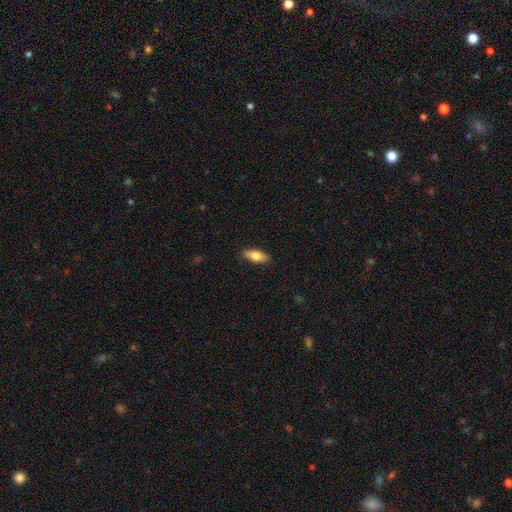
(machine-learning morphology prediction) This appears to be a smooth galaxy with no disk features (71%) that is in between round and cigar-shaped (75%). Merging: none (88%).